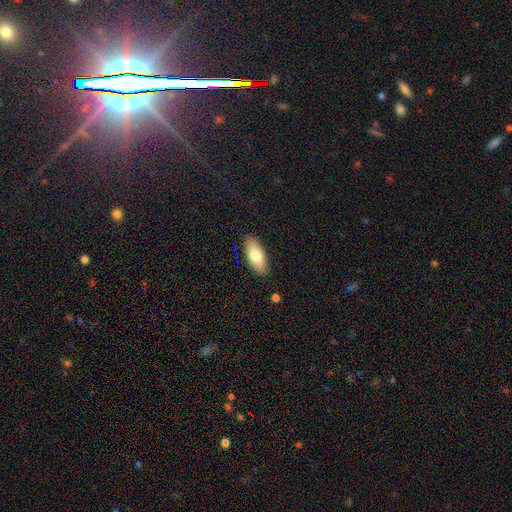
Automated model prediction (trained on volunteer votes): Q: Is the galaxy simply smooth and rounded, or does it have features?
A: smooth — 78%.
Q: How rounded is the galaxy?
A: in between — 86%.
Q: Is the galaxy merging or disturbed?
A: none — 88%.